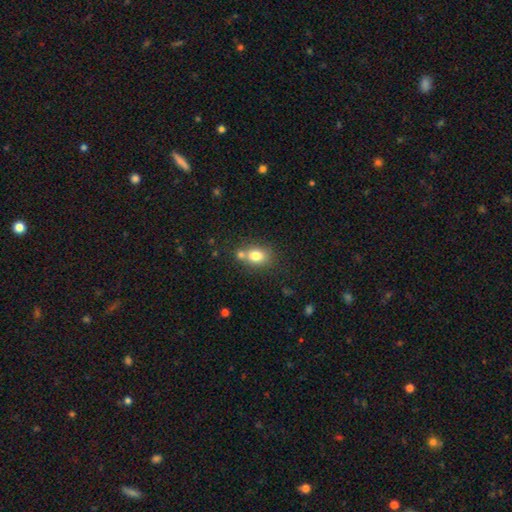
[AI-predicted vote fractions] Smooth or featured? smooth (78%)
How rounded? in between (54%)
Merging? none (57%)